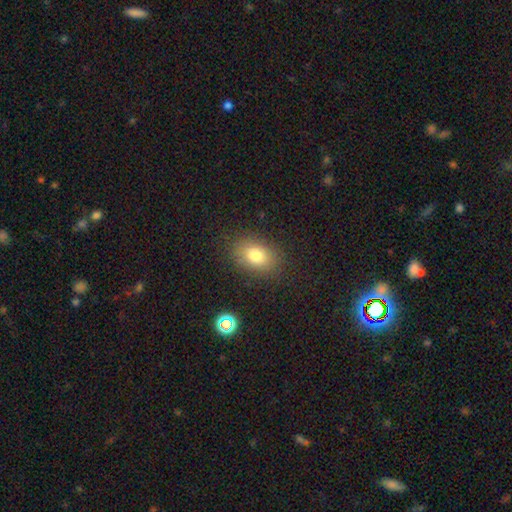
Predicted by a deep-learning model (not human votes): Smooth or featured? smooth (78%)
How rounded? in between (78%)
Merging? none (84%)